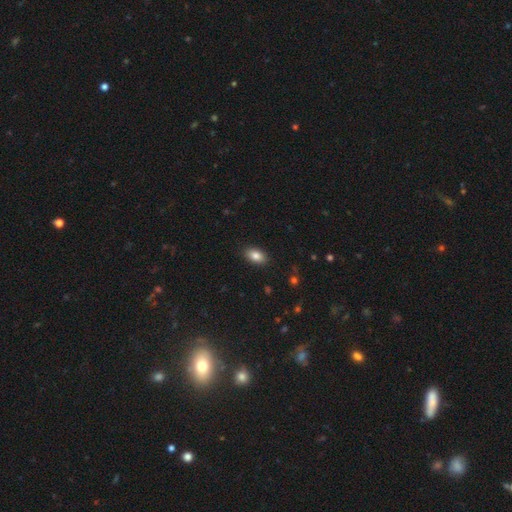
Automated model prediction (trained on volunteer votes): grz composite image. It shows a smooth galaxy with no disk features (85%) that is in between round and cigar-shaped (91%). Merging: none (89%).